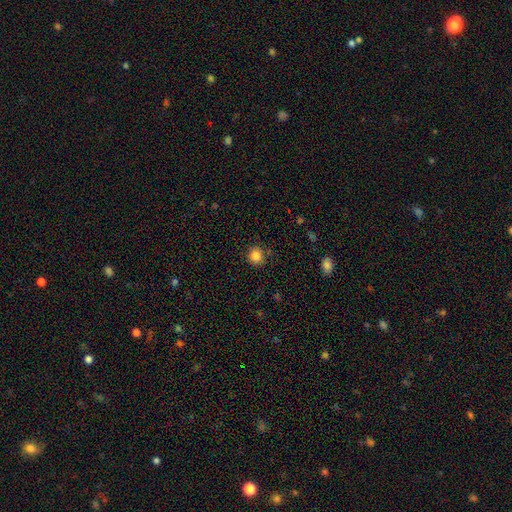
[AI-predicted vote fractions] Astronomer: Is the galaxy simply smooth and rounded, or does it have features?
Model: smooth — 85%.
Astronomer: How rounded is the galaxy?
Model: round — 89%.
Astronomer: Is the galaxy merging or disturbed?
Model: none — 88%.